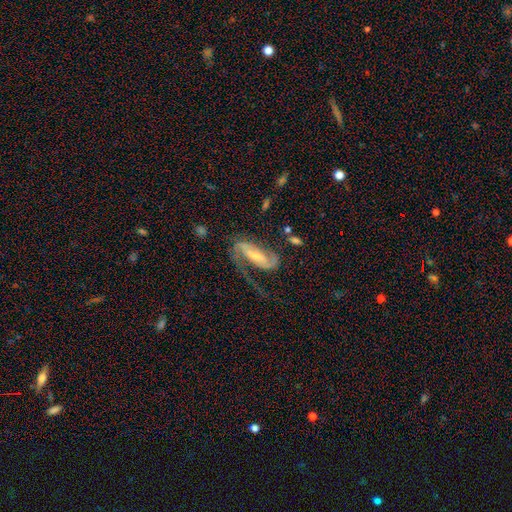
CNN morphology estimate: smooth-or-featured: featured or disk: 82% | smooth: 11% | star or artifact: 6%
  disk-edge-on: no: 94% | yes: 6%
    bar: strong: 42% | weak: 34% | no: 23%
    has-spiral-arms: yes: 95% | no: 5%
      spiral-winding: medium: 47% | loose: 29% | tight: 25%
      spiral-arm-count: 2: 73% | 1: 19% | can't tell: 4% | 3: 1% | 4: 1% | more than 4: 1%
    bulge-size: small: 40% | moderate: 31% | none: 15% | large: 11% | dominant: 2%
  merging: none: 45% | major disturbance: 34% | minor disturbance: 18% | merger: 3%